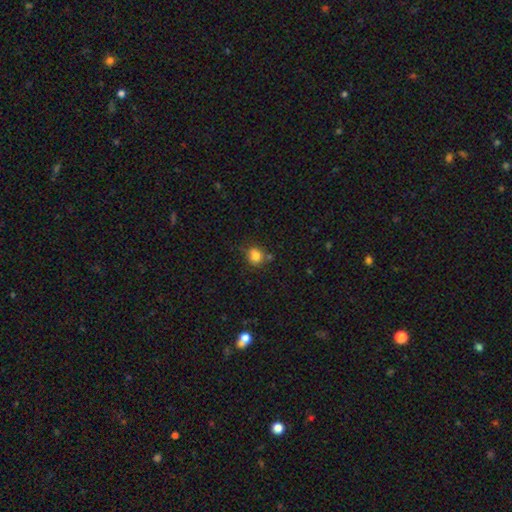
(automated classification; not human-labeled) Smooth or featured?
  - smooth: 82% *
  - star or artifact: 11%
  - featured or disk: 7%
How rounded?
  - round: 71% *
  - in between: 28%
  - cigar-shaped: 1%
Merging?
  - none: 66% *
  - minor disturbance: 19%
  - merger: 11%
  - major disturbance: 5%